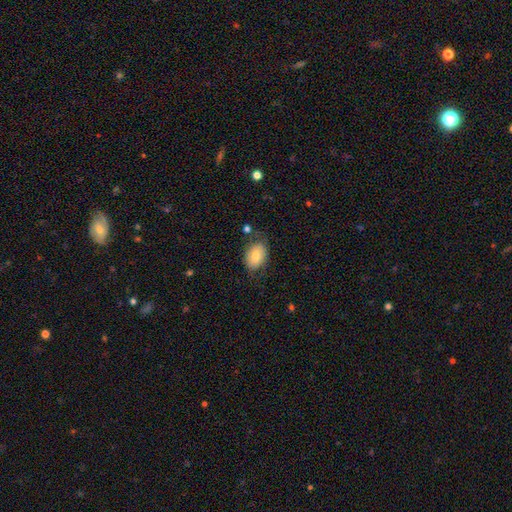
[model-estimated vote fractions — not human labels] smooth-or-featured: smooth: 75% | featured or disk: 18% | star or artifact: 7%
  how-rounded: in between: 81% | round: 18% | cigar-shaped: 1%
  merging: none: 69% | minor disturbance: 22% | major disturbance: 7% | merger: 3%